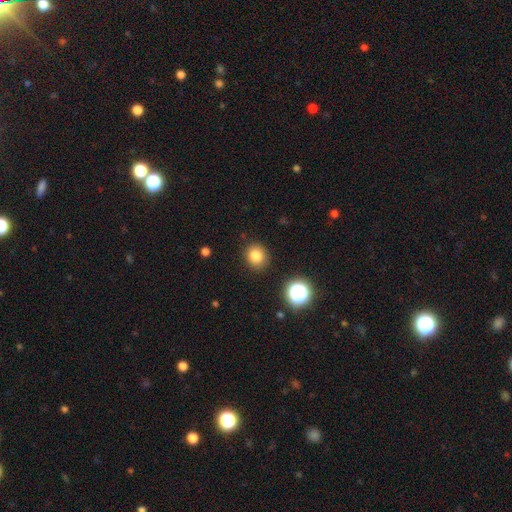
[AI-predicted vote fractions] smooth 82%, star or artifact 13%, featured or disk 5%. Down the decision tree: how rounded — round (78%); merging — none (88%).